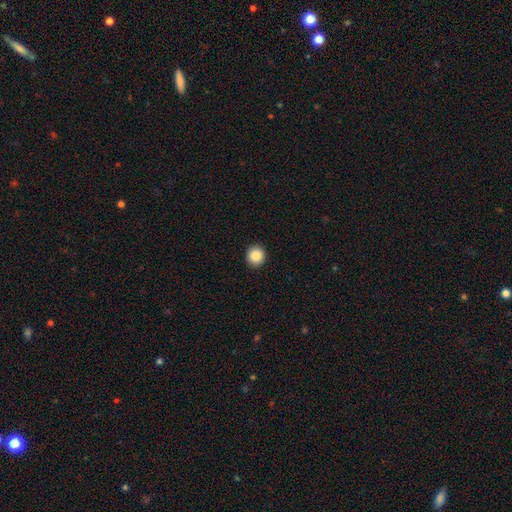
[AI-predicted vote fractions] A smooth galaxy with no disk features (87%) that is round (91%).

Vote fractions:
- Smooth or featured? smooth: 87% / star or artifact: 9% / featured or disk: 4%
- How rounded? round: 91% / in between: 8% / cigar-shaped: 1%
- Merging? none: 93% / minor disturbance: 5% / major disturbance: 2% / merger: 1%